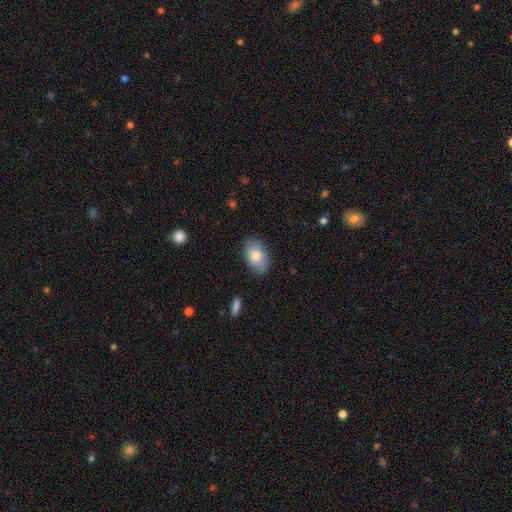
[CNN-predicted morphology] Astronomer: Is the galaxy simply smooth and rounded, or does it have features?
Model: smooth — 76%.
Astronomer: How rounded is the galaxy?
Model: in between — 89%.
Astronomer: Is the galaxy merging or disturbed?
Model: none — 80%.